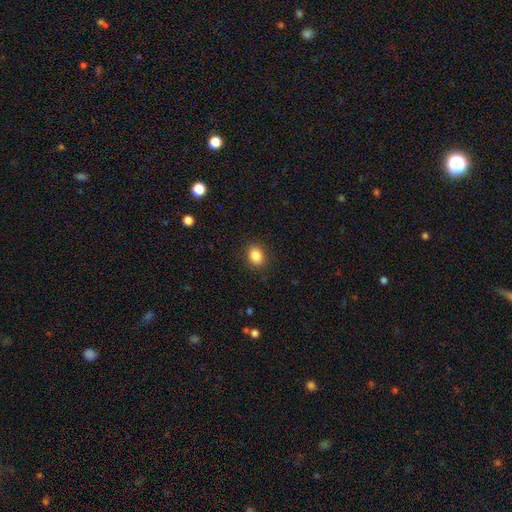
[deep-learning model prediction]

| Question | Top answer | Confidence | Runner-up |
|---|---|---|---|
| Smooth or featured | smooth | 86% | star or artifact (10%) |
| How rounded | in between | 54% | round (45%) |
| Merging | none | 88% | minor disturbance (8%) |